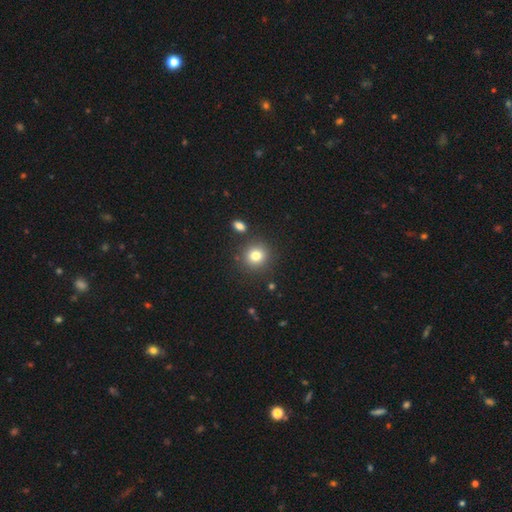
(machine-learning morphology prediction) Q: Smooth or featured?
A: smooth (80%); runner-up: star or artifact (12%)
Q: How rounded?
A: round (89%); runner-up: in between (10%)
Q: Merging?
A: none (84%); runner-up: minor disturbance (8%)